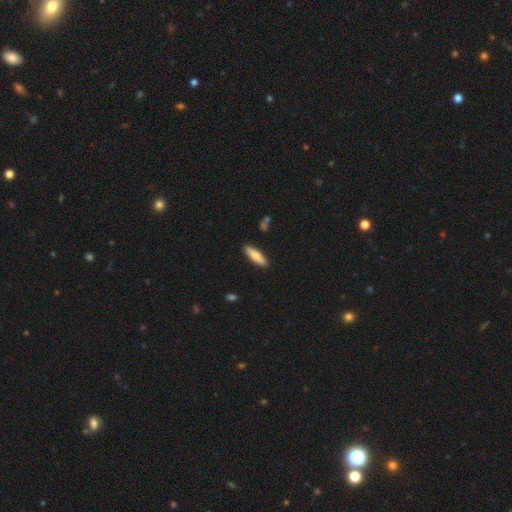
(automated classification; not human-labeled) This is likely a smooth galaxy (70%). How rounded: likely cigar-shaped (62%). Merging: clearly none (89%).